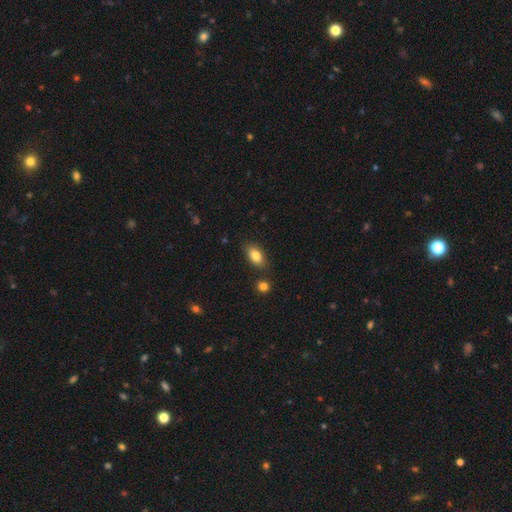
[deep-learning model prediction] The model was most divided on "merging": none: 80%, minor disturbance: 12%, merger: 5%, major disturbance: 3%. More confident: how rounded — in between (88%); smooth or featured — smooth (82%).